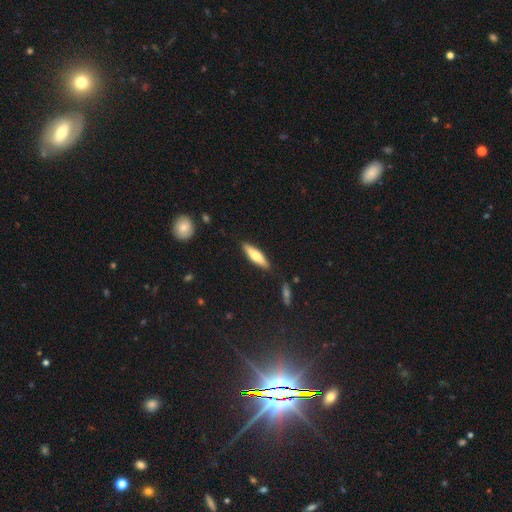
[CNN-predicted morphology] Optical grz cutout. It shows a smooth galaxy with no disk features (62%) that is cigar-shaped (70%). Merging: none (86%).